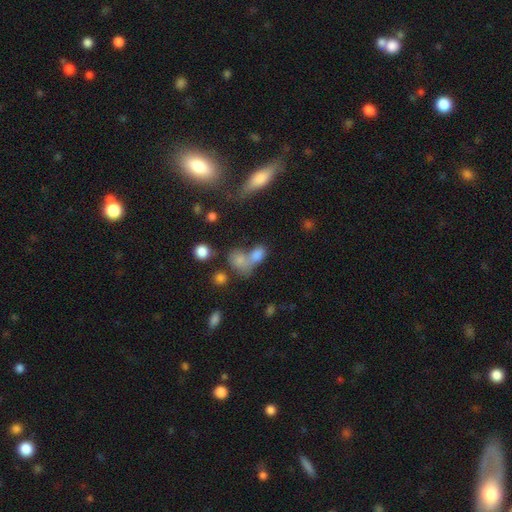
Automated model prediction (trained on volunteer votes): smooth 74%, star or artifact 15%, featured or disk 12%. Down the decision tree: how rounded — in between (67%); merging — merger (54%).